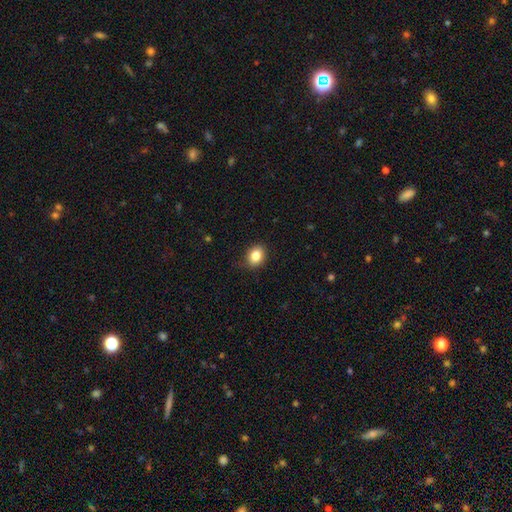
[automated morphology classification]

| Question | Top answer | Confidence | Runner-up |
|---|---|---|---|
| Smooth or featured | smooth | 85% | star or artifact (9%) |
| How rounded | round | 50% | in between (49%) |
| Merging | none | 84% | minor disturbance (13%) |